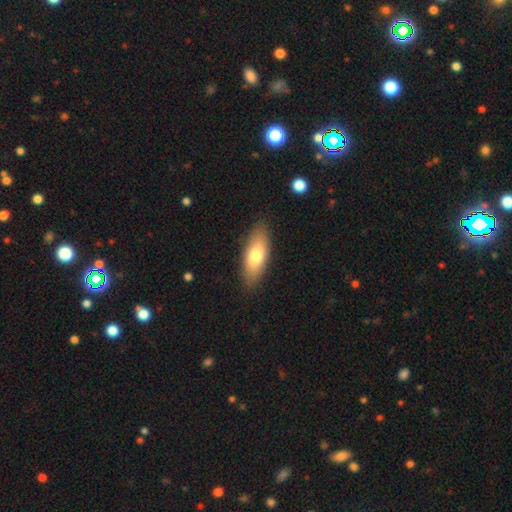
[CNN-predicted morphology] Smooth or featured: smooth — 72% (featured or disk — 22%)
How rounded: in between — 76% (cigar-shaped — 22%)
Merging: none — 86% (minor disturbance — 10%)